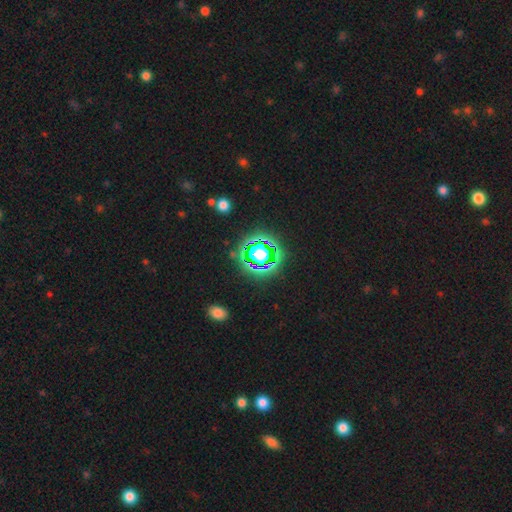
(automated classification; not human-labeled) The model was most divided on "smooth or featured": star or artifact: 78%, smooth: 15%, featured or disk: 7%.